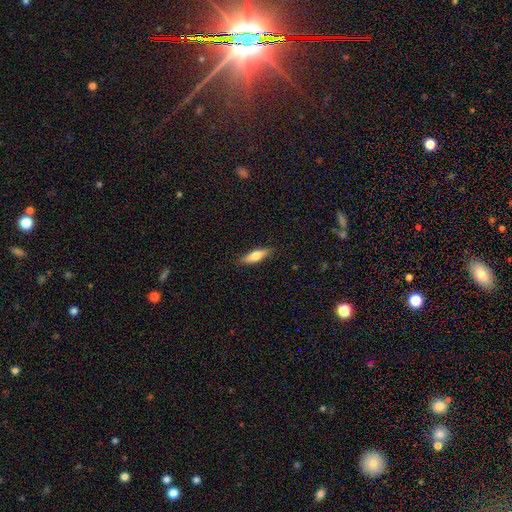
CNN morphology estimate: Smooth or featured: smooth — 63% (featured or disk — 31%)
How rounded: cigar-shaped — 50% (in between — 47%)
Merging: none — 87% (minor disturbance — 10%)